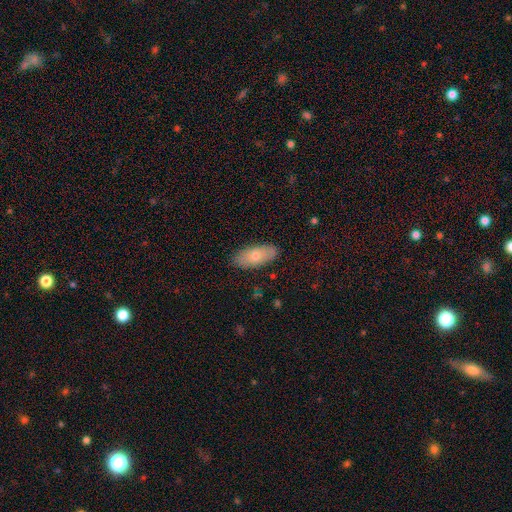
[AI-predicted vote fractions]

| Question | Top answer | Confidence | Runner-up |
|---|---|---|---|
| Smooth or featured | smooth | 69% | featured or disk (25%) |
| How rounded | in between | 86% | cigar-shaped (11%) |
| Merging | none | 87% | minor disturbance (10%) |